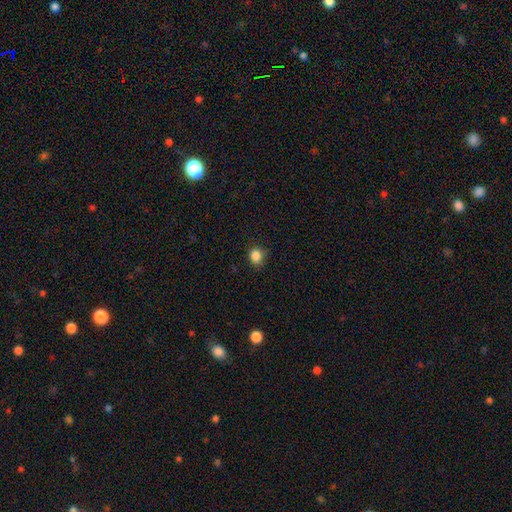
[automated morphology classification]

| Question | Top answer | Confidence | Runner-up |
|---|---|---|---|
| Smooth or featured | smooth | 85% | star or artifact (11%) |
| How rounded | round | 71% | in between (28%) |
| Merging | none | 79% | minor disturbance (16%) |